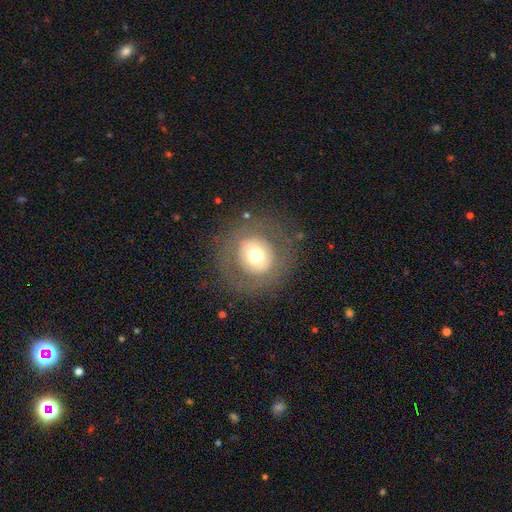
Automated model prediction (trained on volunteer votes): This appears to be a smooth galaxy with no disk features (57%) that is round (93%). Merging: none (82%).